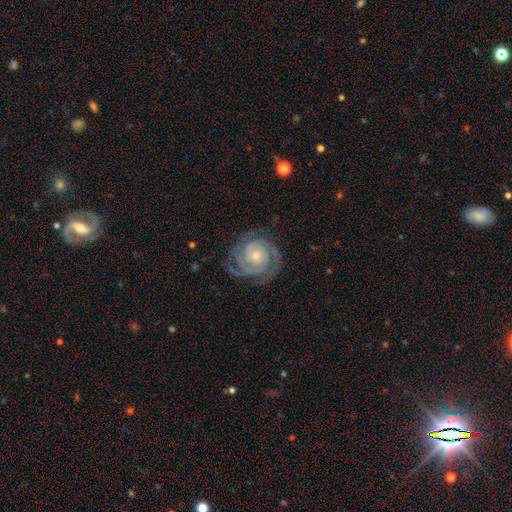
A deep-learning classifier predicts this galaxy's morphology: smooth_or_featured: featured or disk (p=0.90) [alt: smooth p=0.06]
disk_edge_on: no (p=0.98) [alt: yes p=0.02]
bar: no (p=0.75) [alt: weak p=0.19]
has_spiral_arms: yes (p=0.98) [alt: no p=0.02]
spiral_winding: tight (p=0.78) [alt: medium p=0.20]
spiral_arm_count: 2 (p=0.42) [alt: 3 p=0.28]
bulge_size: small (p=0.64) [alt: moderate p=0.31]
merging: none (p=0.78) [alt: minor disturbance p=0.14]